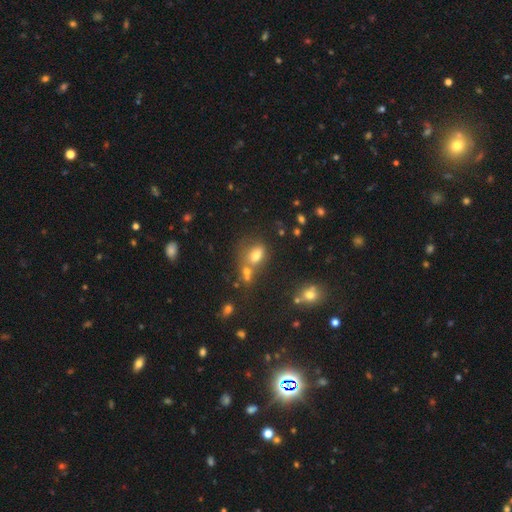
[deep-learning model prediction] Q: Smooth or featured?
A: smooth (68%); runner-up: star or artifact (18%)
Q: How rounded?
A: in between (67%); runner-up: round (31%)
Q: Merging?
A: none (42%); runner-up: merger (37%)